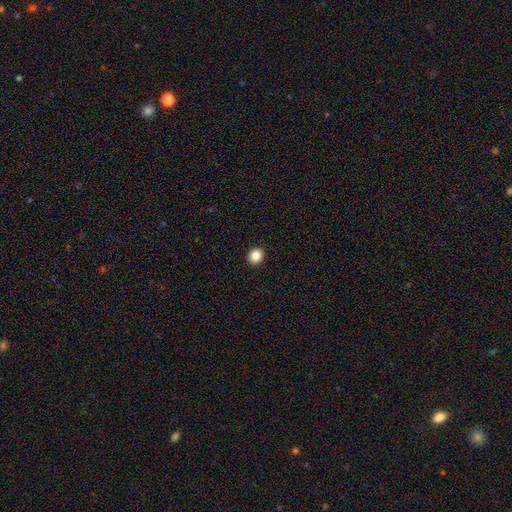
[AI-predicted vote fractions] Smooth or featured?
  - smooth: 87% *
  - star or artifact: 10%
  - featured or disk: 3%
How rounded?
  - round: 69% *
  - in between: 30%
  - cigar-shaped: 1%
Merging?
  - none: 92% *
  - minor disturbance: 5%
  - major disturbance: 2%
  - merger: 1%